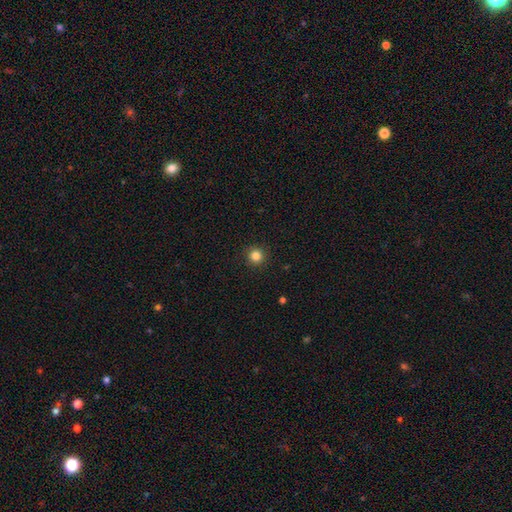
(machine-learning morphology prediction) This is clearly a smooth galaxy (83%). How rounded: clearly round (95%). Merging: clearly none (92%).